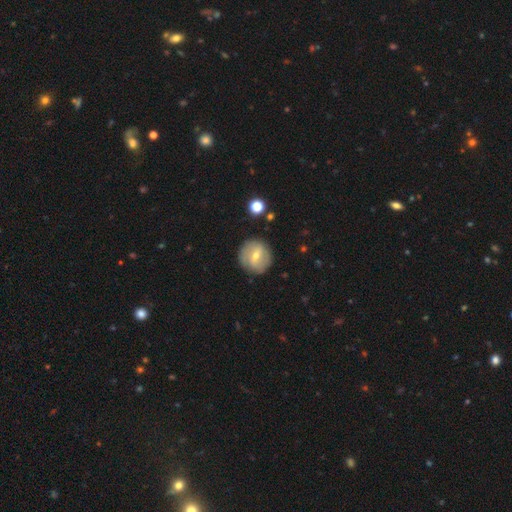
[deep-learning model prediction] Smooth or featured?
  - featured or disk: 48% *
  - smooth: 44%
  - star or artifact: 8%
Merging?
  - none: 85% *
  - minor disturbance: 10%
  - major disturbance: 3%
  - merger: 2%